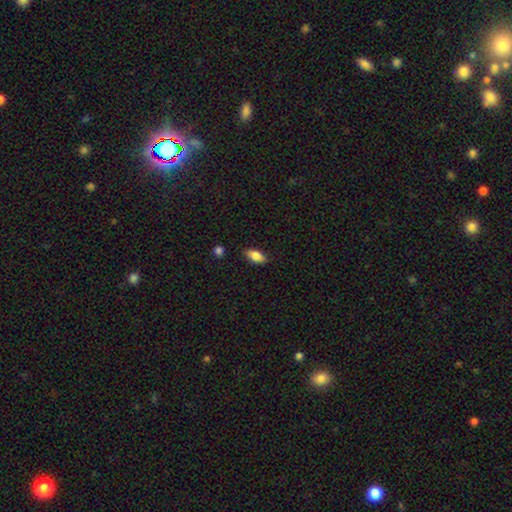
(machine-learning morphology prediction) type=smooth (84%); roundness=in between (88%); merging=none (83%).